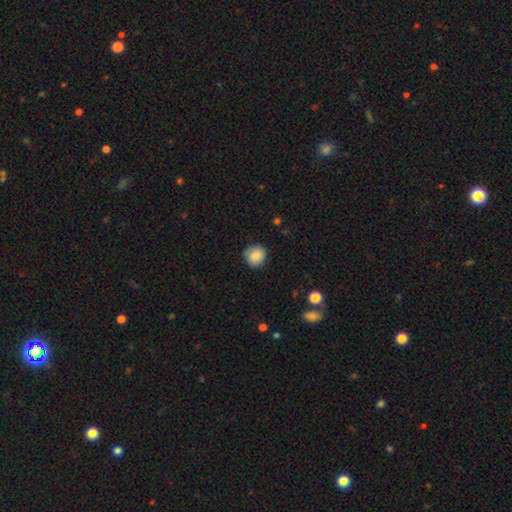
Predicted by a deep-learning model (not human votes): The model was most divided on "merging": none: 80%, minor disturbance: 16%, major disturbance: 3%, merger: 1%. More confident: how rounded — round (87%); smooth or featured — smooth (86%).